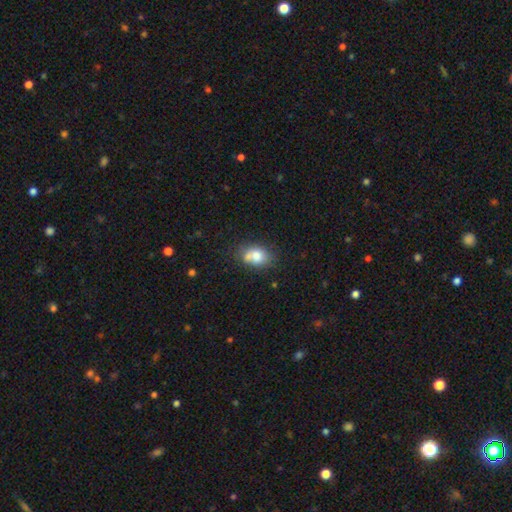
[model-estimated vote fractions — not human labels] The model was most divided on "merging": none: 48%, merger: 23%, minor disturbance: 22%, major disturbance: 7%. More confident: smooth or featured — smooth (76%); how rounded — in between (66%).